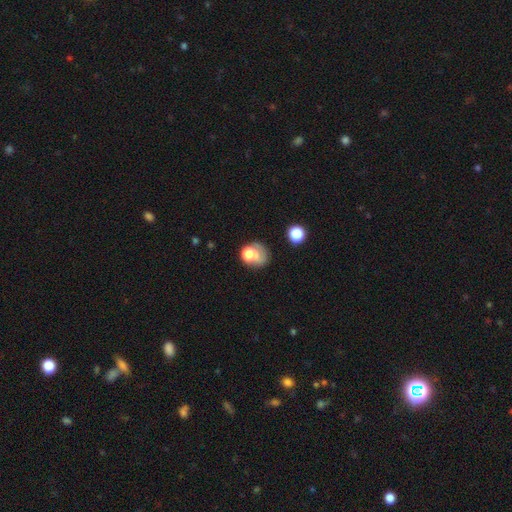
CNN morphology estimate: Q: Smooth or featured?
A: smooth (65%); runner-up: featured or disk (22%)
Q: How rounded?
A: round (61%); runner-up: in between (38%)
Q: Merging?
A: none (35%); runner-up: major disturbance (28%)